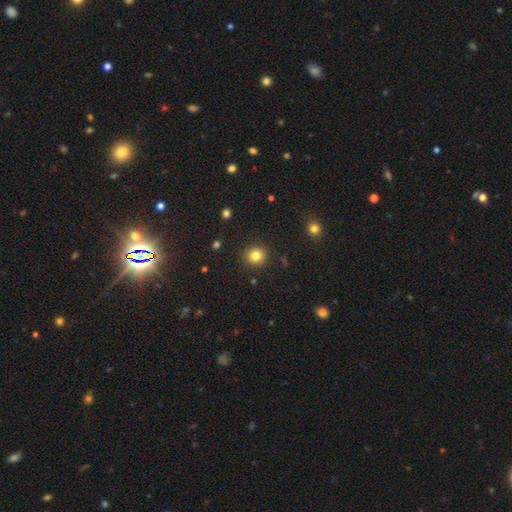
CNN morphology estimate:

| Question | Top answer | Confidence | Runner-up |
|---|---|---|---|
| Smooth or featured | smooth | 82% | star or artifact (12%) |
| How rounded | round | 92% | in between (7%) |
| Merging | none | 91% | minor disturbance (6%) |